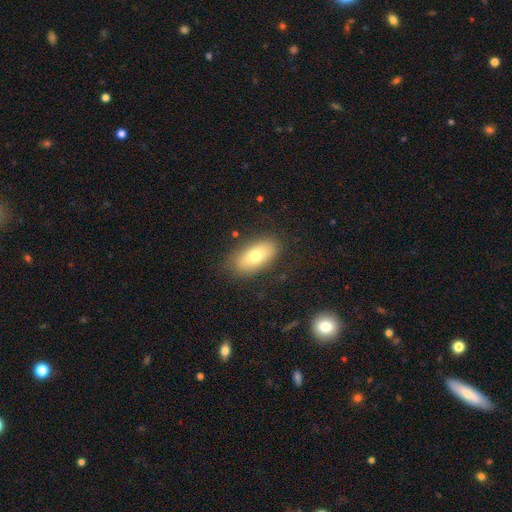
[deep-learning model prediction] Overall: smooth (71%). How rounded: in between (88%). Merging: none (83%).